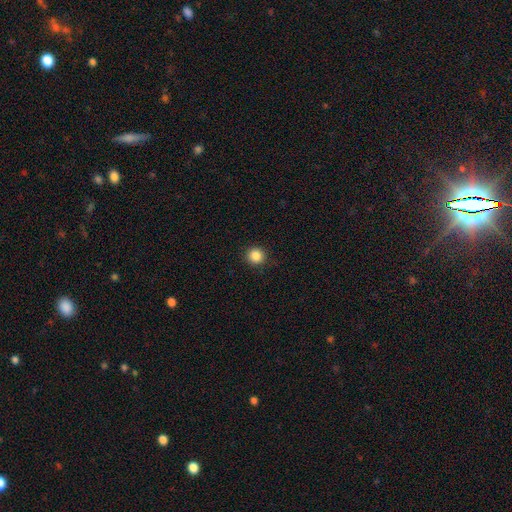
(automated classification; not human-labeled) This is clearly a smooth galaxy (86%). How rounded: clearly round (94%). Merging: clearly none (92%).